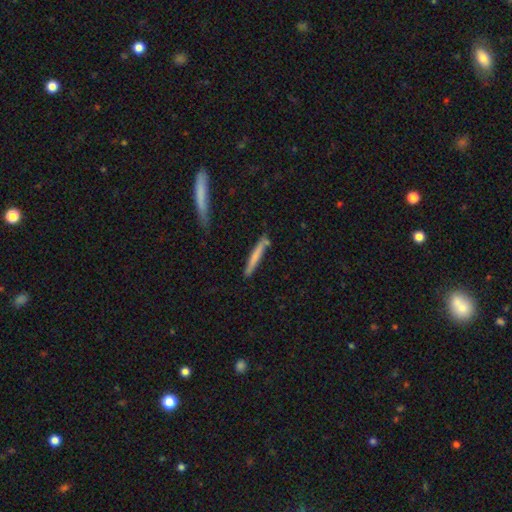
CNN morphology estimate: type=smooth (67%); roundness=cigar-shaped (95%); merging=none (80%).